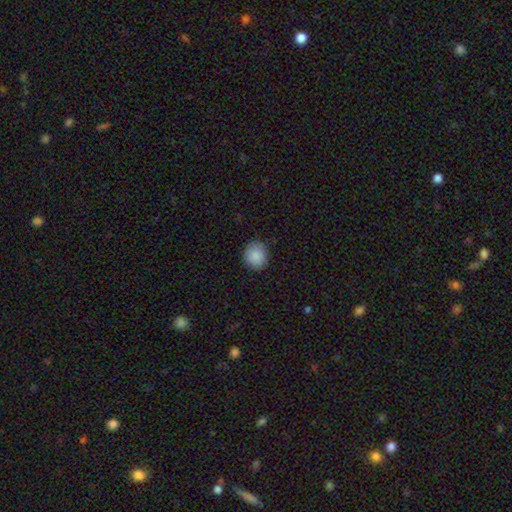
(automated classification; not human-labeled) Smooth or featured?
  - smooth: 89% *
  - star or artifact: 8%
  - featured or disk: 3%
How rounded?
  - round: 86% *
  - in between: 13%
  - cigar-shaped: 1%
Merging?
  - none: 88% *
  - minor disturbance: 9%
  - major disturbance: 2%
  - merger: 1%